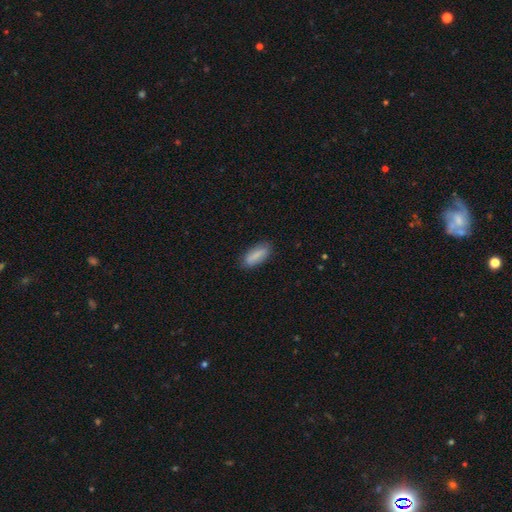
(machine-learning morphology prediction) Overall: smooth (80%). How rounded: in between (72%). Merging: none (83%).